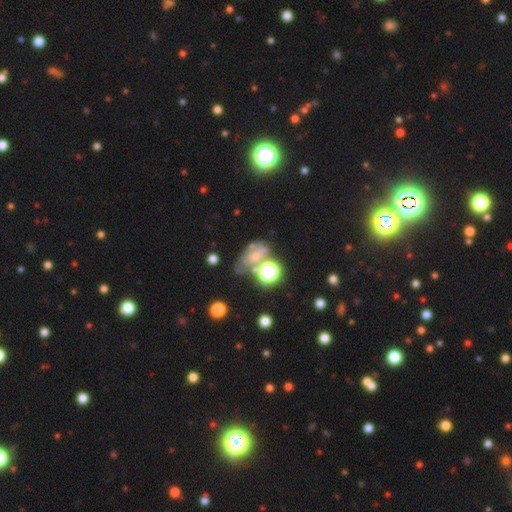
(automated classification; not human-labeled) smooth 44%, featured or disk 29%, star or artifact 27%. Down the decision tree: merging — none (37%).